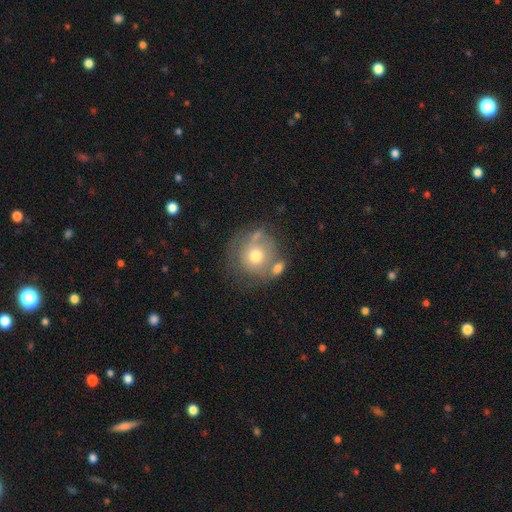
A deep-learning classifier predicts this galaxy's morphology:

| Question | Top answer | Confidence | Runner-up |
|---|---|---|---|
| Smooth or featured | smooth | 56% | featured or disk (36%) |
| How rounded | round | 88% | in between (11%) |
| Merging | none | 47% | merger (22%) |